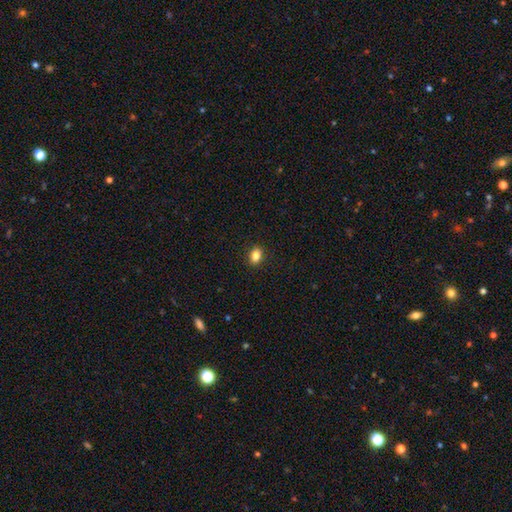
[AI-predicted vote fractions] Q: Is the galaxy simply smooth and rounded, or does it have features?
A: smooth — 84%.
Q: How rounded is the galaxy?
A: in between — 68%.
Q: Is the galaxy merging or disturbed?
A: none — 90%.